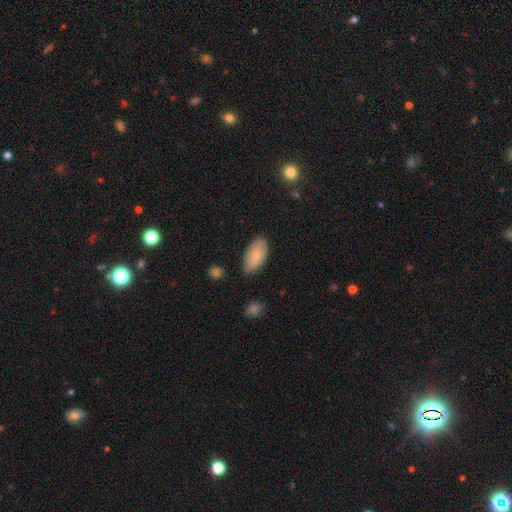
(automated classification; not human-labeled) A smooth galaxy with no disk features (79%) that is in between round and cigar-shaped (94%).

Vote fractions:
- Smooth or featured? smooth: 79% / featured or disk: 15% / star or artifact: 6%
- How rounded? in between: 94% / cigar-shaped: 4% / round: 2%
- Merging? none: 79% / minor disturbance: 16% / major disturbance: 3% / merger: 2%